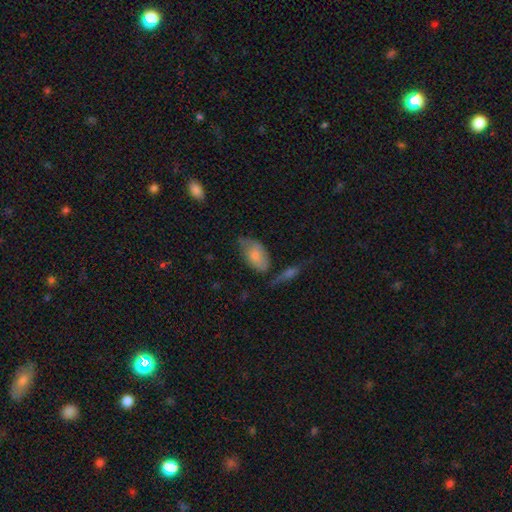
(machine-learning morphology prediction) Smooth or featured? Predicted: smooth (p=0.73). How rounded? Predicted: in between (p=0.93). Merging? Predicted: none (p=0.45).